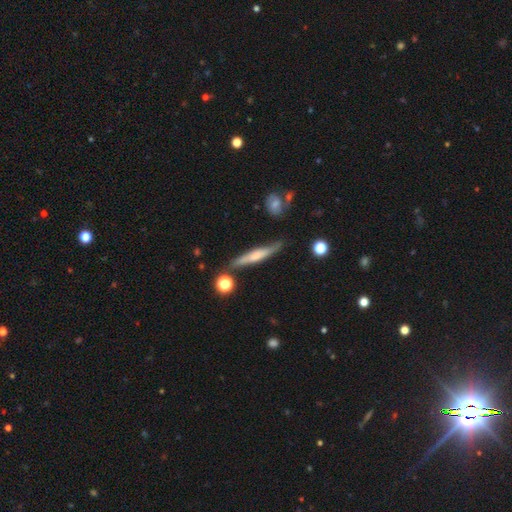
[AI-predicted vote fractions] Overall: featured or disk (50%; smooth 43%). Edge-on disk: yes (89%). Merging: none (75%).